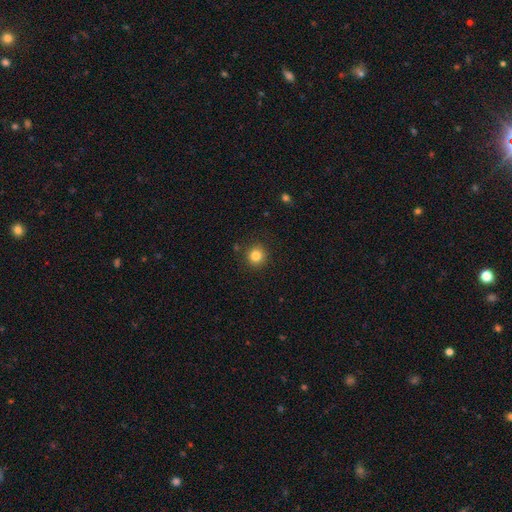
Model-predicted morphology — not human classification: Overall: smooth (83%). How rounded: round (94%). Merging: none (89%).